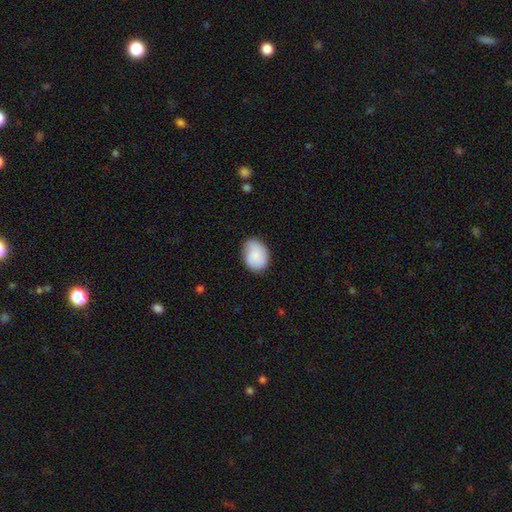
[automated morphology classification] smooth-or-featured: smooth: 85% | featured or disk: 9% | star or artifact: 6%
  how-rounded: in between: 67% | round: 32% | cigar-shaped: 1%
  merging: none: 68% | minor disturbance: 26% | major disturbance: 5% | merger: 1%